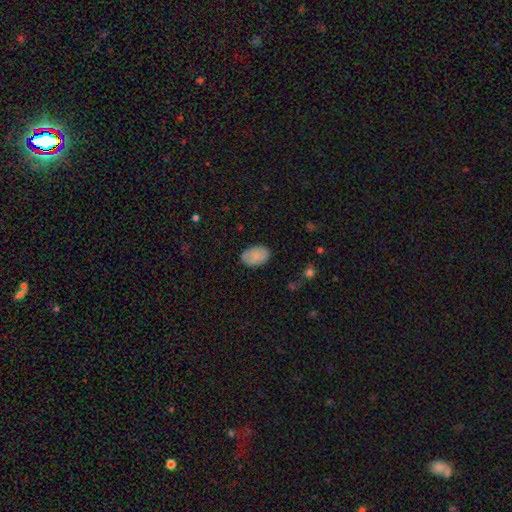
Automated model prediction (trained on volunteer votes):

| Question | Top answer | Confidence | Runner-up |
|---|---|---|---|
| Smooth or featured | smooth | 81% | featured or disk (12%) |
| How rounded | in between | 90% | round (9%) |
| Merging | none | 82% | minor disturbance (14%) |